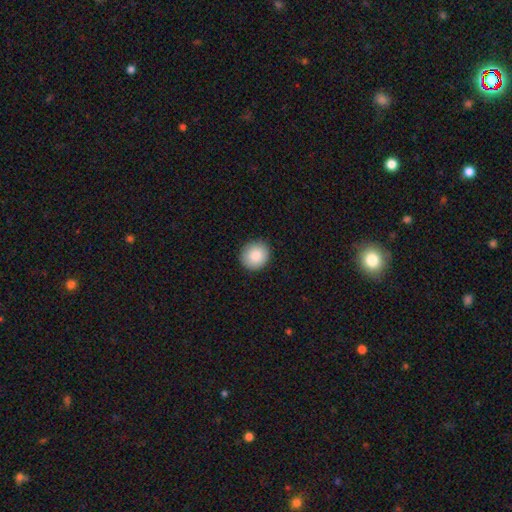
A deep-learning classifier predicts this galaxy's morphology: A smooth galaxy with no disk features (87%) that is round (87%). Merging: none (91%).